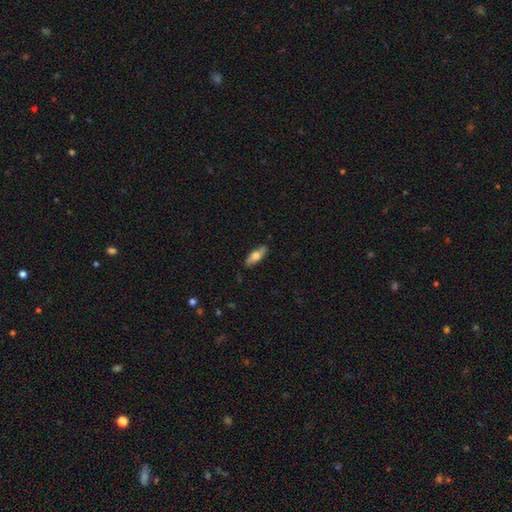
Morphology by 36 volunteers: A smooth galaxy with no disk features (69%) that is in between round and cigar-shaped (72%).

Vote fractions:
- Smooth or featured? smooth: 69% / featured or disk: 25% / star or artifact: 6%
- How rounded? in between: 72% / cigar-shaped: 24% / round: 4%
- Merging? none: 97% / minor disturbance: 3% / major disturbance: 0% / merger: 0%